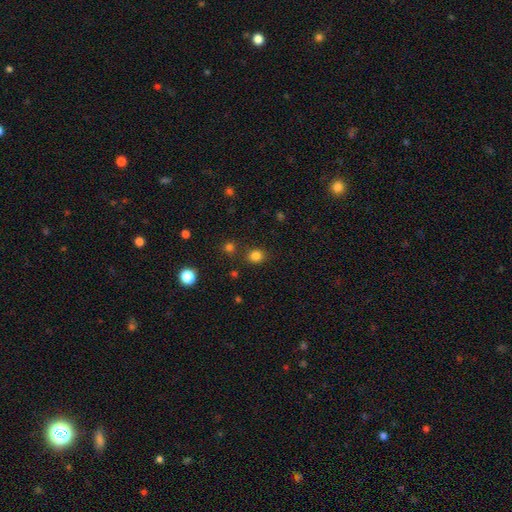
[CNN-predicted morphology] smooth 82%, star or artifact 14%, featured or disk 4%. Down the decision tree: how rounded — round (74%); merging — none (84%).